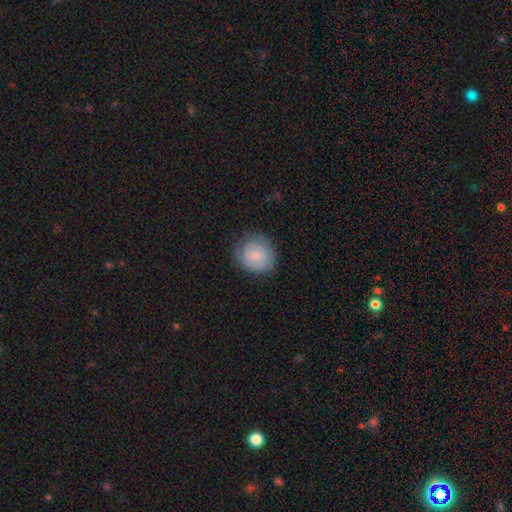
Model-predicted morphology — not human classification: Q: Smooth or featured?
A: smooth (68%); runner-up: featured or disk (26%)
Q: How rounded?
A: round (86%); runner-up: in between (13%)
Q: Merging?
A: none (79%); runner-up: minor disturbance (16%)